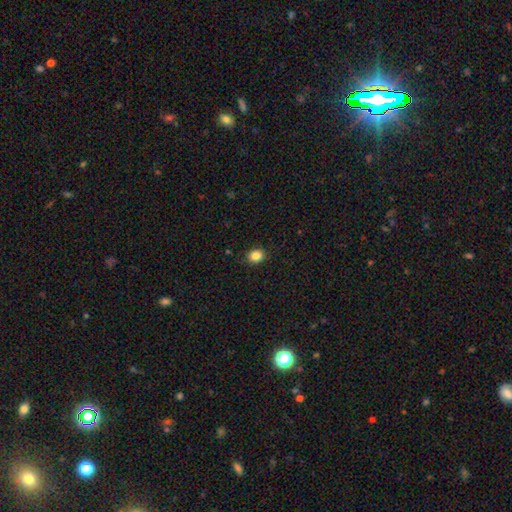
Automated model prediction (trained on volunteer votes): Smooth or featured? Predicted: smooth (p=0.85). How rounded? Predicted: round (p=0.58). Merging? Predicted: none (p=0.88).